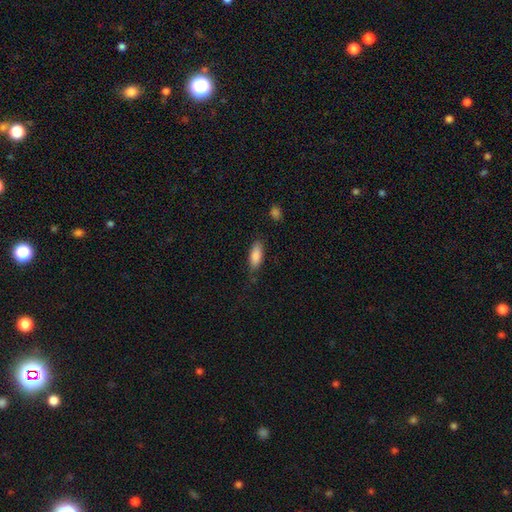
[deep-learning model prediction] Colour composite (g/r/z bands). It shows a smooth galaxy with no disk features (86%) that is in between round and cigar-shaped (74%). Merging: none (73%).